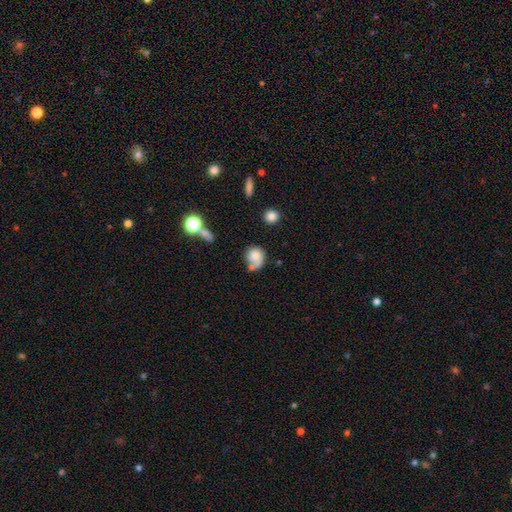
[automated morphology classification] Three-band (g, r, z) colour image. It shows a smooth galaxy with no disk features (73%) that is round (66%). Merging: none (37%).